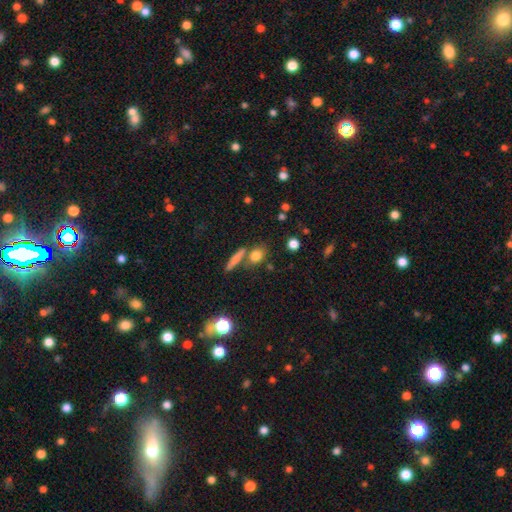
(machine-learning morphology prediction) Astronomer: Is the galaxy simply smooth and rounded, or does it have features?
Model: smooth — 78%.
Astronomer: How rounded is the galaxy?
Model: round — 49% (runner-up: in between, 38%).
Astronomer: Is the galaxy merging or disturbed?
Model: none — 62%.